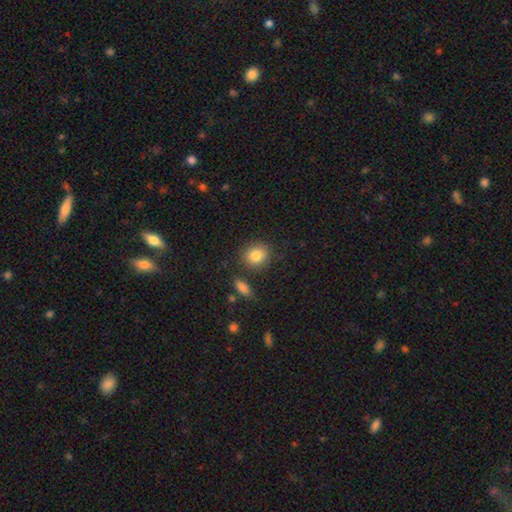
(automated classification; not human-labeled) Smooth or featured?
  - smooth: 83% *
  - star or artifact: 9%
  - featured or disk: 8%
How rounded?
  - round: 77% *
  - in between: 21%
  - cigar-shaped: 1%
Merging?
  - none: 81% *
  - minor disturbance: 10%
  - merger: 5%
  - major disturbance: 3%